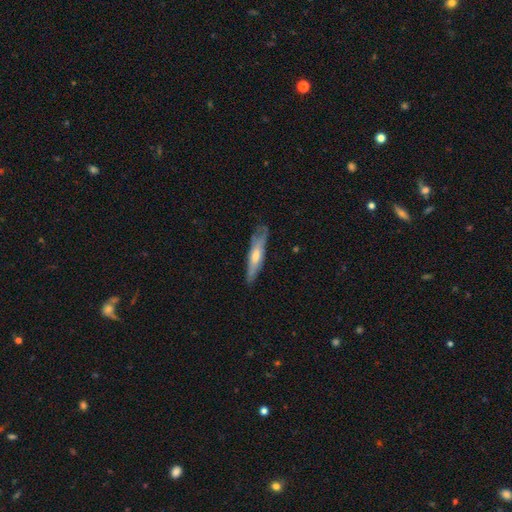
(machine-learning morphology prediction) Smooth or featured: featured or disk — 49% (smooth — 45%)
Merging: none — 73% (minor disturbance — 21%)